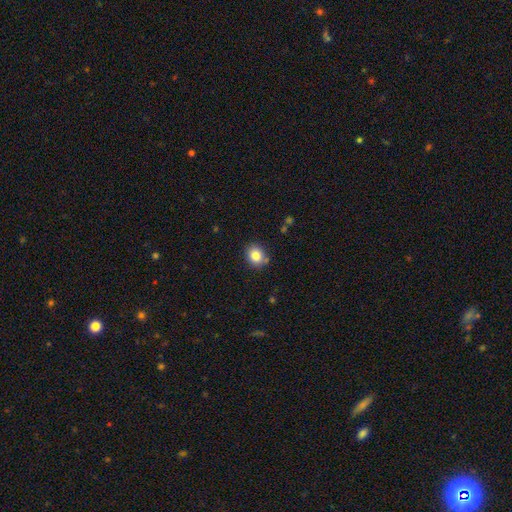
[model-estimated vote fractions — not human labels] Smooth or featured? smooth (84%)
How rounded? round (67%)
Merging? none (83%)